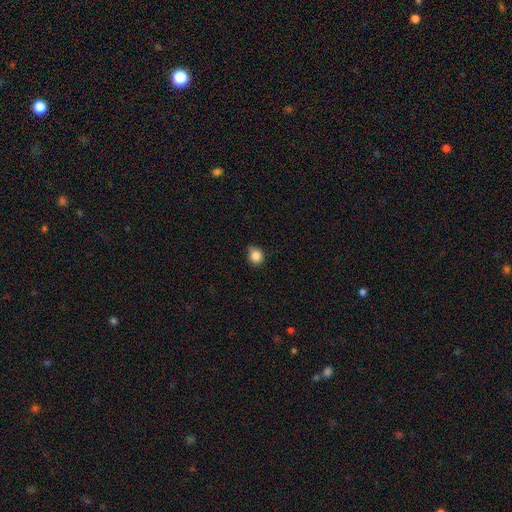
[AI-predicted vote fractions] Smooth or featured?
  - smooth: 85% *
  - star or artifact: 11%
  - featured or disk: 4%
How rounded?
  - round: 80% *
  - in between: 19%
  - cigar-shaped: 1%
Merging?
  - none: 73% *
  - minor disturbance: 23%
  - major disturbance: 3%
  - merger: 2%